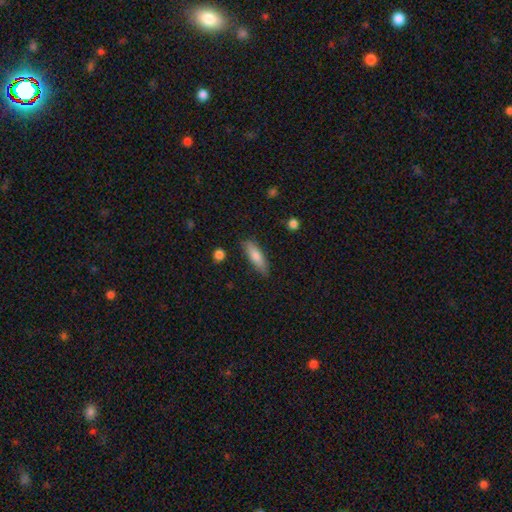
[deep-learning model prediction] Overall: smooth (78%). How rounded: cigar-shaped (52%; in between 46%). Merging: none (83%).